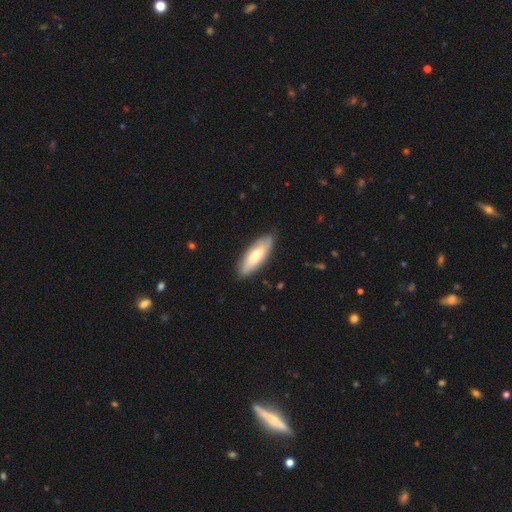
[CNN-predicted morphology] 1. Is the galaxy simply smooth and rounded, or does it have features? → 67% smooth, 28% featured or disk, 5% star or artifact.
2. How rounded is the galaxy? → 63% in between, 36% cigar-shaped, 2% round.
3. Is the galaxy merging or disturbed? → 83% none, 14% minor disturbance, 2% major disturbance, 1% merger.